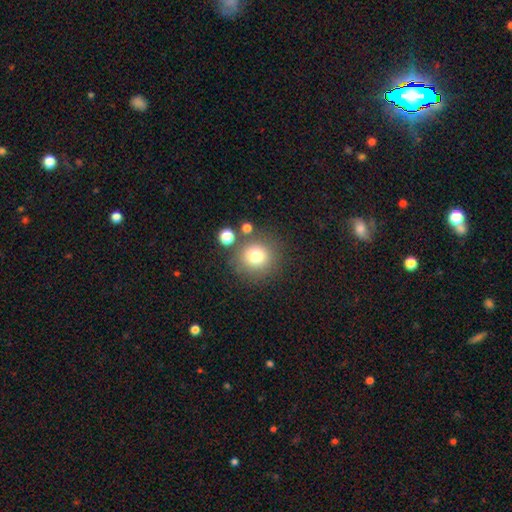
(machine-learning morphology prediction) smooth_or_featured: smooth (p=0.76) [alt: star or artifact p=0.13]
how_rounded: round (p=0.92) [alt: in between p=0.08]
merging: none (p=0.77) [alt: minor disturbance p=0.10]